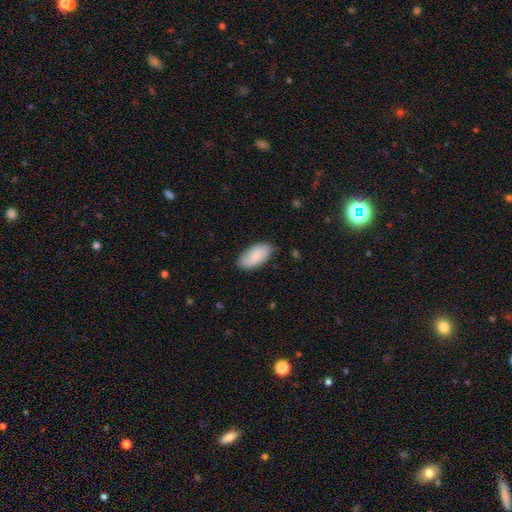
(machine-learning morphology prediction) smooth 82%, featured or disk 12%, star or artifact 6%. Down the decision tree: how rounded — in between (94%); merging — none (78%).